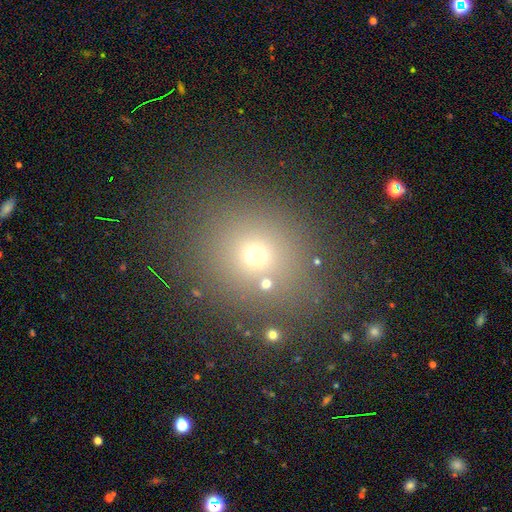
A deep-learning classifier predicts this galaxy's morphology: smooth 63%, star or artifact 27%, featured or disk 10%. Down the decision tree: how rounded — round (78%); merging — none (79%).